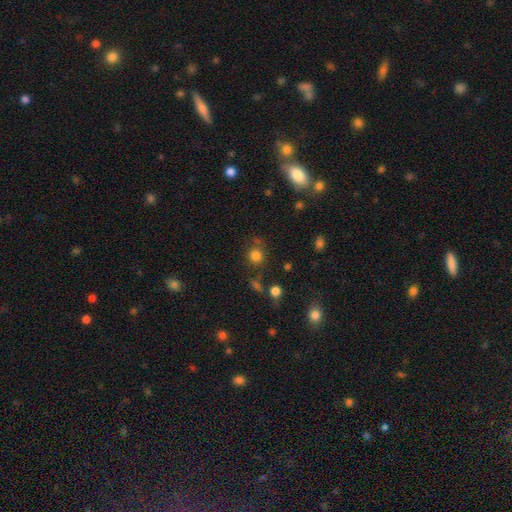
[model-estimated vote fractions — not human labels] This appears to be a smooth galaxy with no disk features (79%) that is round (86%). Merging: none (72%).